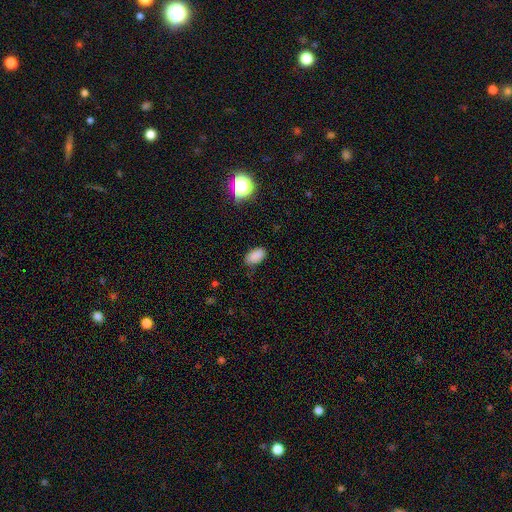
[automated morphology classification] smooth_or_featured: smooth (p=0.86) [alt: star or artifact p=0.10]
how_rounded: in between (p=0.93) [alt: round p=0.05]
merging: none (p=0.80) [alt: minor disturbance p=0.16]